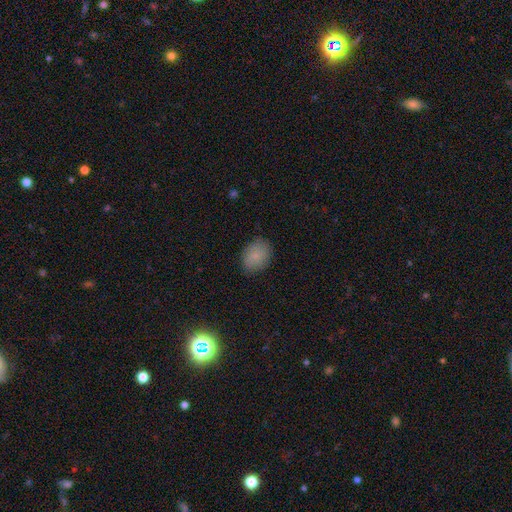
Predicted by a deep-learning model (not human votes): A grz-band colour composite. It shows a smooth galaxy with no disk features (85%) that is in between round and cigar-shaped (68%). Merging: none (82%).